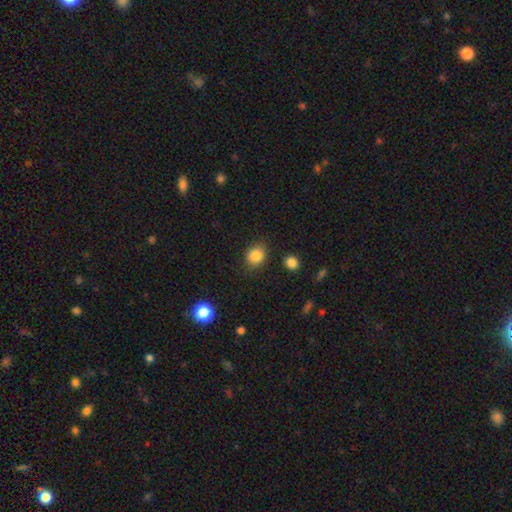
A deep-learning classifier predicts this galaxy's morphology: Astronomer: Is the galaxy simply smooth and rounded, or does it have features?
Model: smooth — 85%.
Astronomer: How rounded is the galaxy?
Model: round — 64%.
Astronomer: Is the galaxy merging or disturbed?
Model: none — 83%.